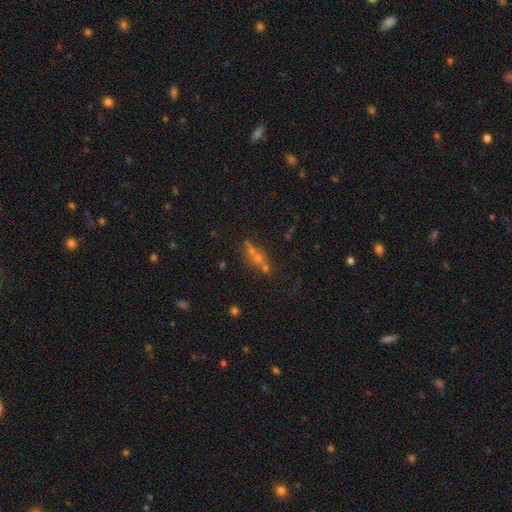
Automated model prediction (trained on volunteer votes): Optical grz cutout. It shows a smooth galaxy with no disk features (38%). Merging: none (47%).